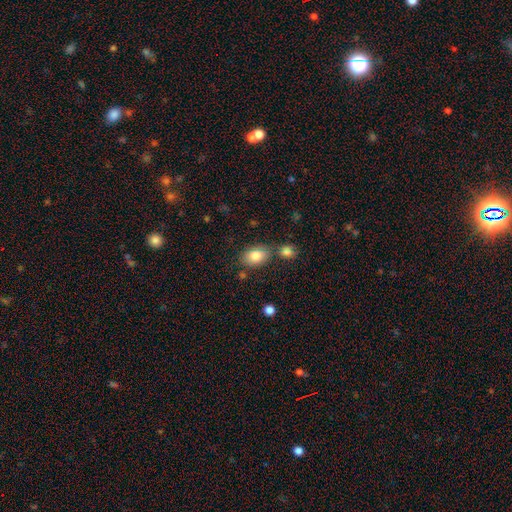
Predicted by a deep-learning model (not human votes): smooth 82%, featured or disk 10%, star or artifact 8%. Down the decision tree: how rounded — in between (84%); merging — none (65%).